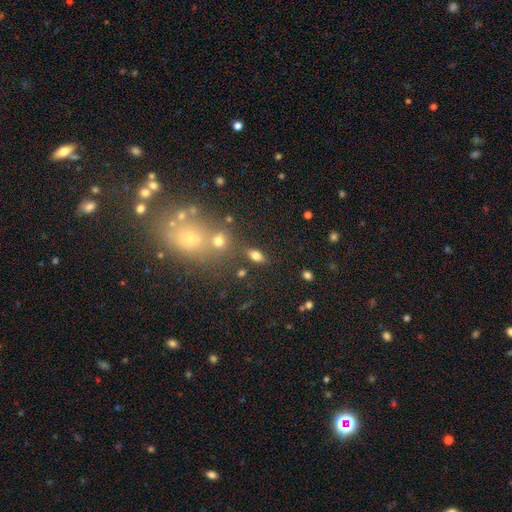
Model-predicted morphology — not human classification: Overall: smooth (74%). How rounded: in between (82%). Merging: none (78%).